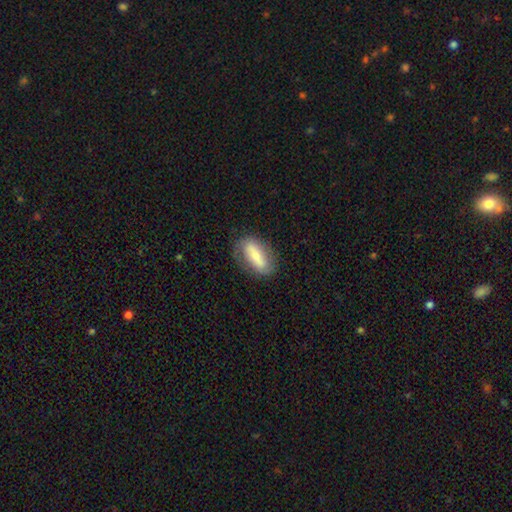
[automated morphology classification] Smooth or featured?
  - smooth: 55% *
  - featured or disk: 39%
  - star or artifact: 7%
How rounded?
  - in between: 75% *
  - cigar-shaped: 20%
  - round: 5%
Merging?
  - none: 76% *
  - minor disturbance: 16%
  - major disturbance: 6%
  - merger: 1%